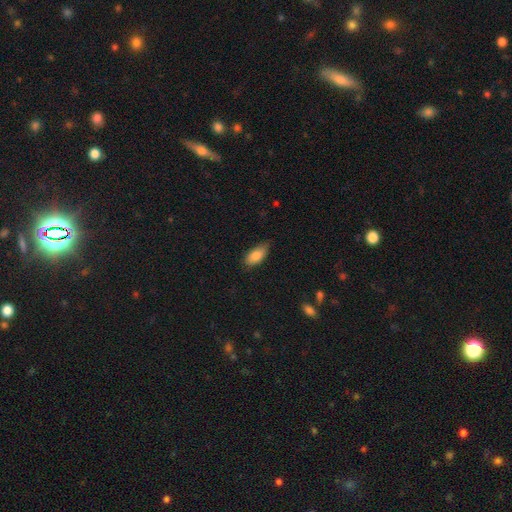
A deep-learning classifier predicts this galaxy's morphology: Smooth or featured? Predicted: smooth (p=0.84). How rounded? Predicted: in between (p=0.89). Merging? Predicted: none (p=0.74).